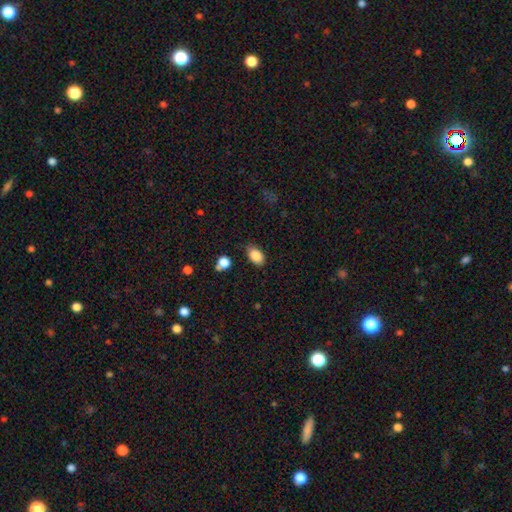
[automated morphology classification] A smooth galaxy with no disk features (87%) that is in between round and cigar-shaped (89%). Merging: none (75%).